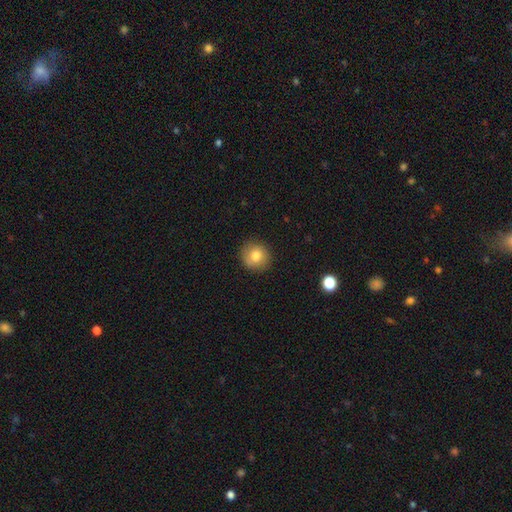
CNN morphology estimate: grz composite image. It shows a smooth galaxy with no disk features (79%) that is round (90%). Merging: none (87%).